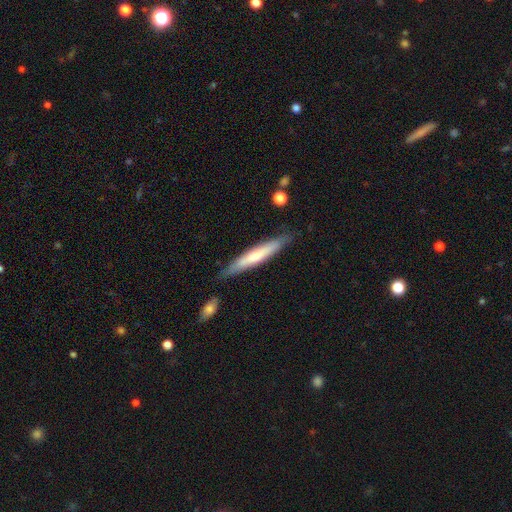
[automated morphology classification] Smooth or featured: smooth — 58% (featured or disk — 37%)
How rounded: cigar-shaped — 92% (in between — 7%)
Merging: none — 82% (minor disturbance — 12%)